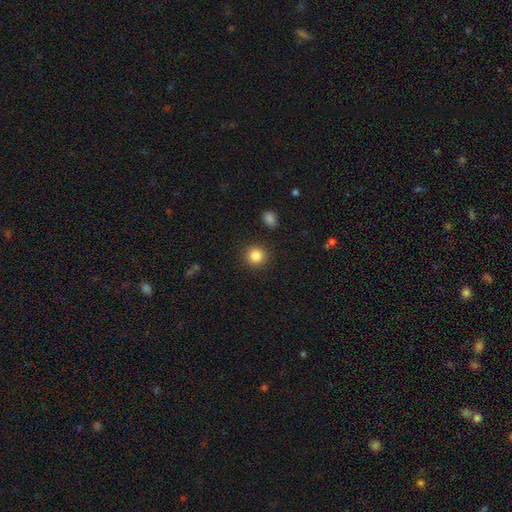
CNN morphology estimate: smooth_or_featured: smooth (p=0.86) [alt: star or artifact p=0.10]
how_rounded: round (p=0.92) [alt: in between p=0.07]
merging: none (p=0.90) [alt: minor disturbance p=0.06]